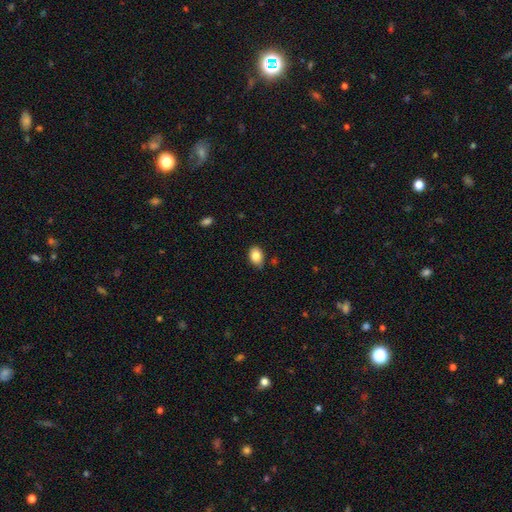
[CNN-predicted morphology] This appears to be a smooth galaxy with no disk features (84%) that is in between round and cigar-shaped (78%). Merging: none (79%).